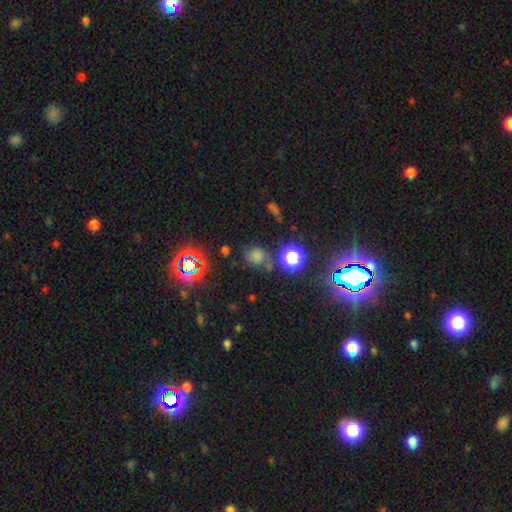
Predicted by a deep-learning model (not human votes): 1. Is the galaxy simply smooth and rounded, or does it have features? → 47% star or artifact, 43% smooth, 10% featured or disk.